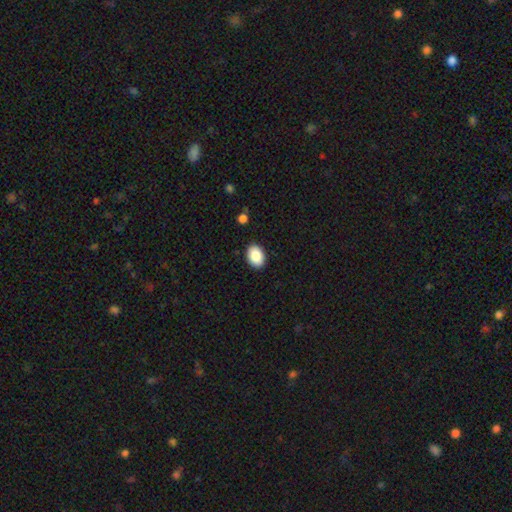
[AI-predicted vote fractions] smooth_or_featured: smooth (p=0.88) [alt: star or artifact p=0.07]
how_rounded: in between (p=0.80) [alt: round p=0.19]
merging: none (p=0.90) [alt: minor disturbance p=0.07]